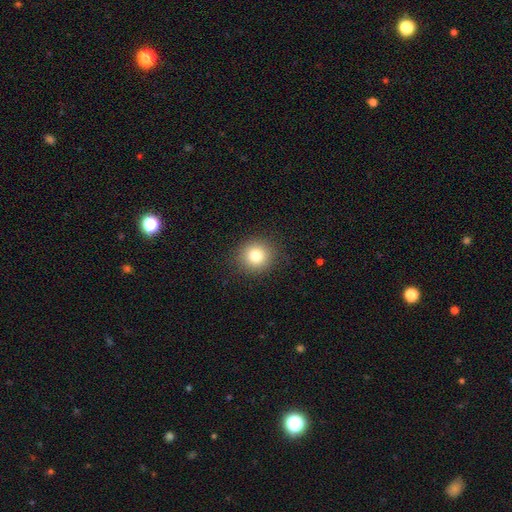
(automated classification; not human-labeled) Overall: smooth (80%). How rounded: round (90%). Merging: none (89%).